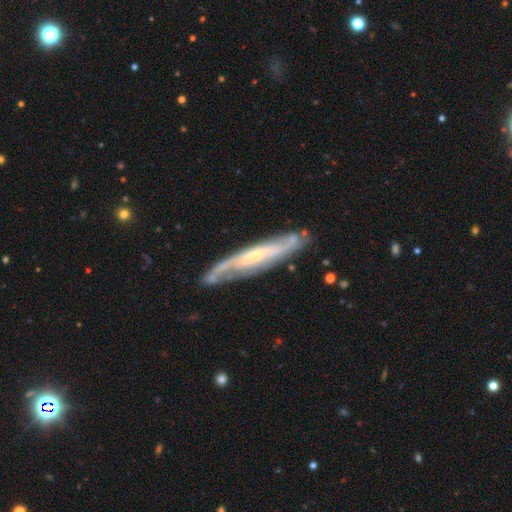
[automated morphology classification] A featured or disk galaxy (80%).

Vote fractions:
- Smooth or featured? featured or disk: 80% / smooth: 15% / star or artifact: 5%
- Edge-on disk? no: 55% / yes: 45%
- Merging? none: 75% / minor disturbance: 18% / major disturbance: 5% / merger: 2%